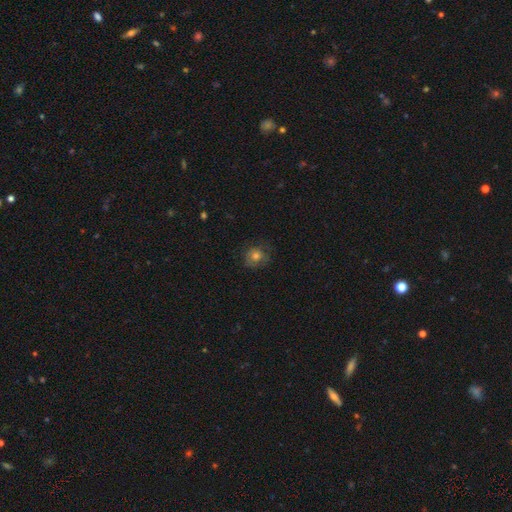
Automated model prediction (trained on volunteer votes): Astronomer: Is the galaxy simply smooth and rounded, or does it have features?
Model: smooth — 69%.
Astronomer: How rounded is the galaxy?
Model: round — 83%.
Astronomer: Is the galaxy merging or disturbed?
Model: none — 72%.